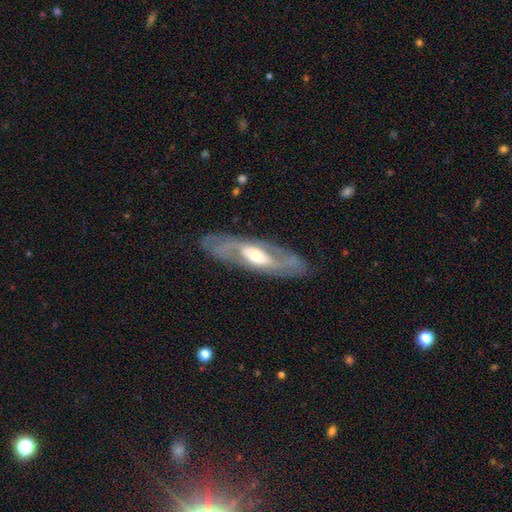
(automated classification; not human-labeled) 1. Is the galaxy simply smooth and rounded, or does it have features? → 79% featured or disk, 16% smooth, 5% star or artifact.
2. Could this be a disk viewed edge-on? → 83% no, 17% yes.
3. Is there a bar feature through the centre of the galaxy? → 37% no, 36% weak, 27% strong.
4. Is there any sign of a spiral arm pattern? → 83% yes, 17% no.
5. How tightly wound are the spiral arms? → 46% medium, 29% tight, 25% loose.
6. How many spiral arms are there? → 82% 2, 11% can't tell, 2% 1, 2% 3, 1% 4, 1% more than 4.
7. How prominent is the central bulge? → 57% moderate, 26% small, 14% large, 2% dominant, 2% none.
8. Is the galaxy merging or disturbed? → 81% none, 12% minor disturbance, 5% major disturbance, 1% merger.